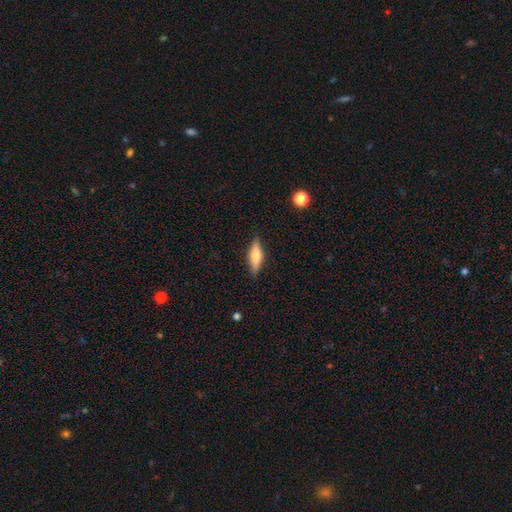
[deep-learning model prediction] Smooth or featured? smooth (61%)
How rounded? cigar-shaped (59%)
Merging? none (87%)